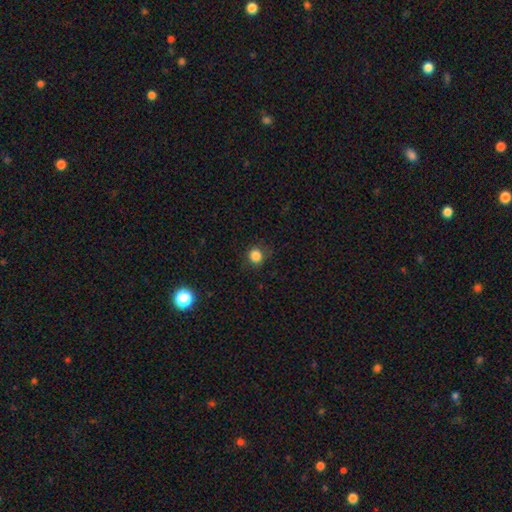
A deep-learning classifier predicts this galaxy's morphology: This is clearly a smooth galaxy (84%). How rounded: likely round (79%). Merging: clearly none (82%).